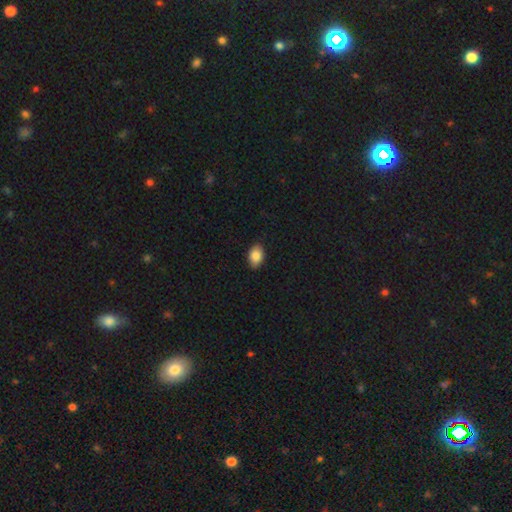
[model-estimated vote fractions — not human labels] Smooth or featured? smooth (87%)
How rounded? in between (87%)
Merging? none (86%)